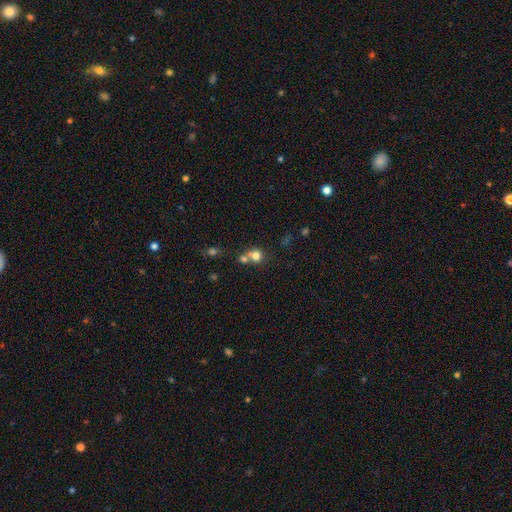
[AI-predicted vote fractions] Smooth or featured? Predicted: smooth (p=0.75). How rounded? Predicted: round (p=0.81). Merging? Predicted: merger (p=0.49).